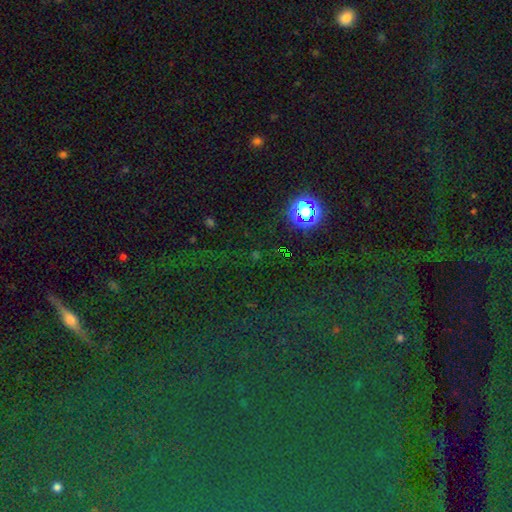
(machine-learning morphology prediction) smooth-or-featured: star or artifact: 77% | smooth: 15% | featured or disk: 8%